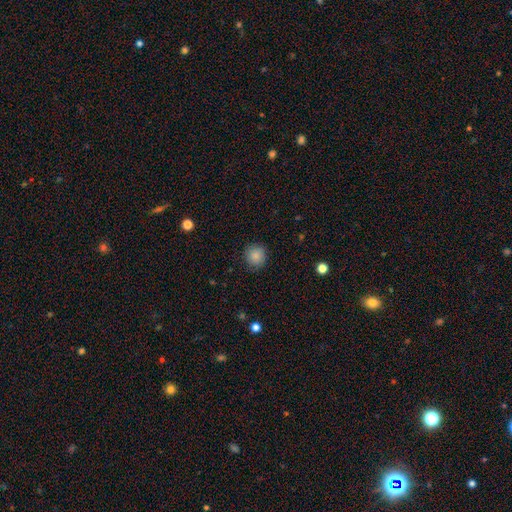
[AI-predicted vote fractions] smooth_or_featured: smooth (p=0.87) [alt: star or artifact p=0.09]
how_rounded: round (p=0.91) [alt: in between p=0.08]
merging: none (p=0.88) [alt: minor disturbance p=0.09]